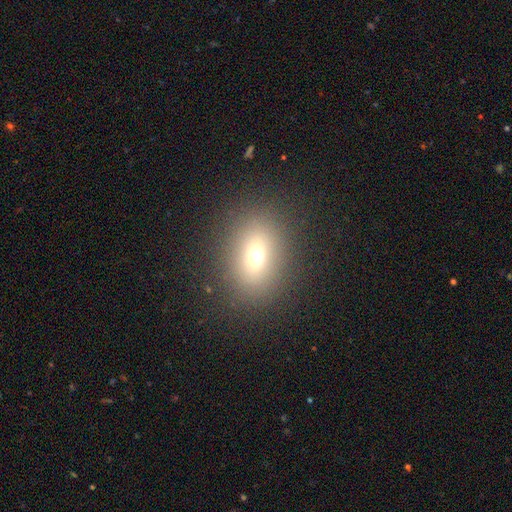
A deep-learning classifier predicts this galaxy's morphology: type=smooth (68%); roundness=in between (61%); merging=none (86%).